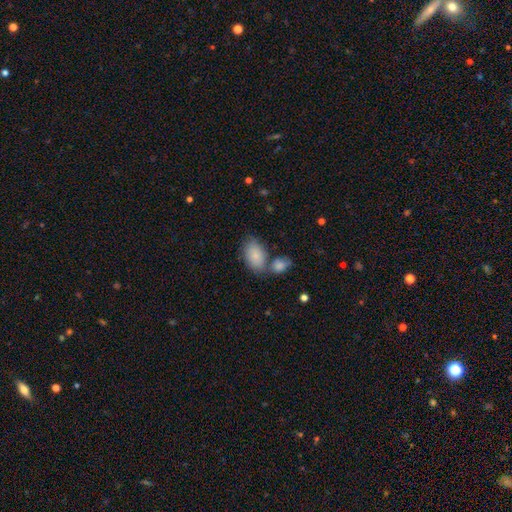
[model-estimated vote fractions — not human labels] This is clearly a smooth galaxy (85%). How rounded: clearly in between (91%). Merging: possibly none (50%).